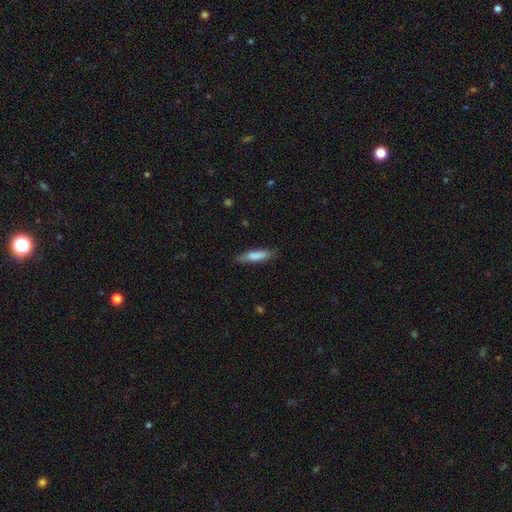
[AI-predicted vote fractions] This is clearly a smooth galaxy (81%). How rounded: likely cigar-shaped (73%). Merging: clearly none (81%).